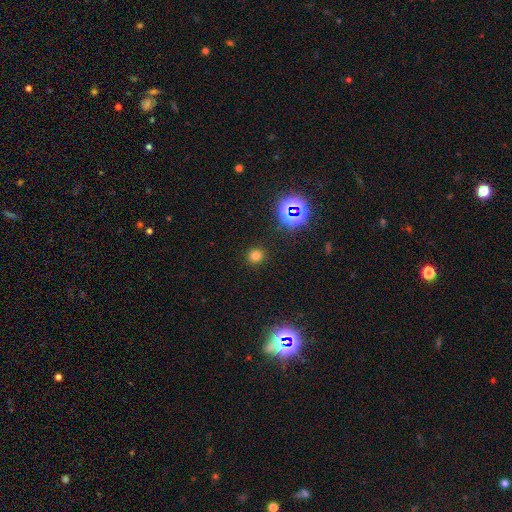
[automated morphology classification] Smooth or featured? Predicted: smooth (p=0.73). How rounded? Predicted: round (p=0.90). Merging? Predicted: none (p=0.90).